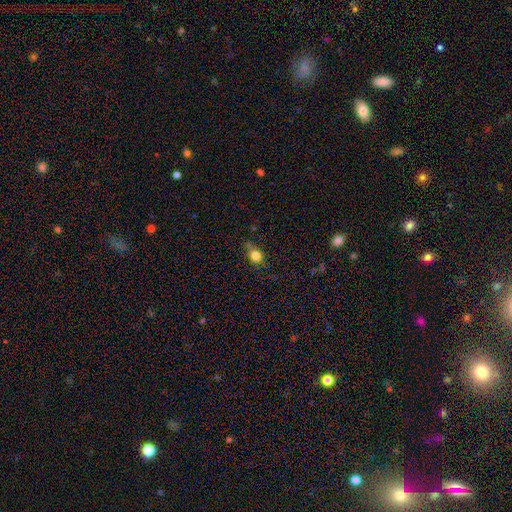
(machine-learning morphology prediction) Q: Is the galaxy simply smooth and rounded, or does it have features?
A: smooth — 77%.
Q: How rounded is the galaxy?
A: round — 64%.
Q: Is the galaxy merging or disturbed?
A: none — 63%.